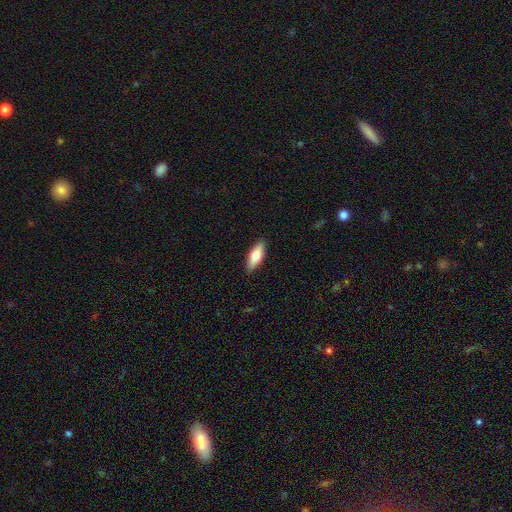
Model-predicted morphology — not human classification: smooth_or_featured: smooth (p=0.75) [alt: featured or disk p=0.19]
how_rounded: in between (p=0.65) [alt: cigar-shaped p=0.33]
merging: none (p=0.88) [alt: minor disturbance p=0.09]